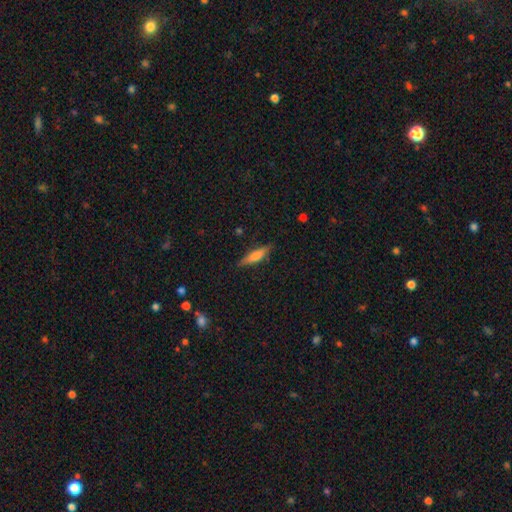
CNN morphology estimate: Smooth or featured? smooth (61%)
How rounded? cigar-shaped (77%)
Merging? none (85%)